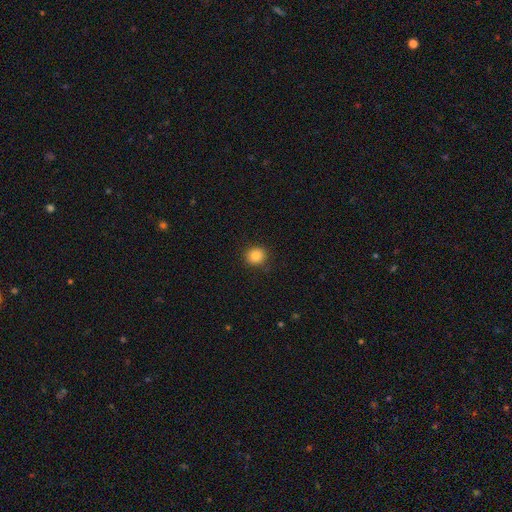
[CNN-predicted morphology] Smooth or featured?
  - smooth: 84% *
  - star or artifact: 11%
  - featured or disk: 5%
How rounded?
  - round: 87% *
  - in between: 12%
  - cigar-shaped: 1%
Merging?
  - none: 89% *
  - minor disturbance: 7%
  - major disturbance: 2%
  - merger: 1%